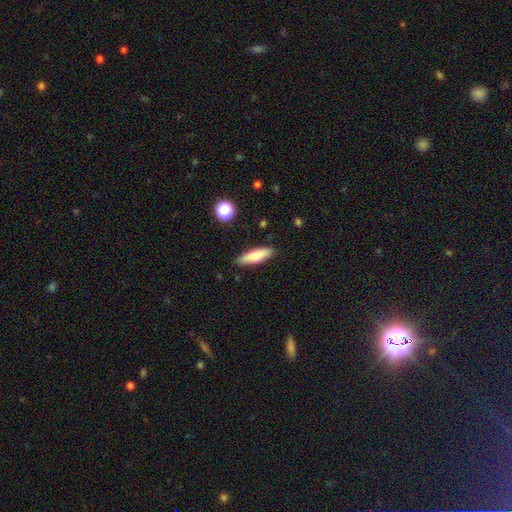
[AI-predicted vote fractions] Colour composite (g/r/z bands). It shows a smooth galaxy with no disk features (76%) that is cigar-shaped (59%). Merging: none (86%).